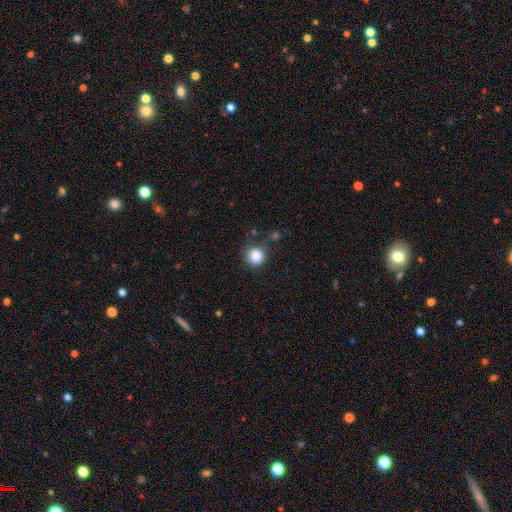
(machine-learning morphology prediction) Q: Smooth or featured?
A: smooth (85%); runner-up: star or artifact (10%)
Q: How rounded?
A: round (94%); runner-up: in between (5%)
Q: Merging?
A: none (76%); runner-up: minor disturbance (15%)